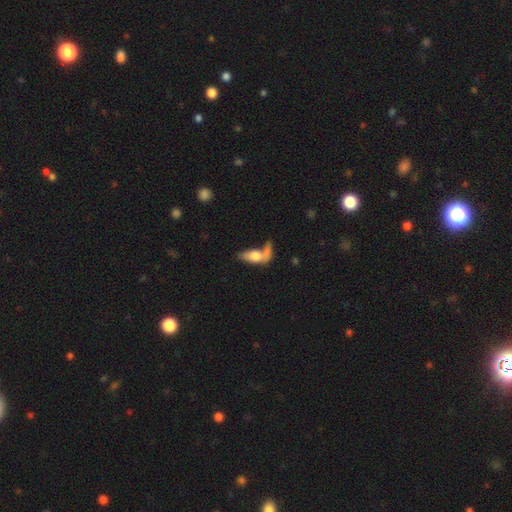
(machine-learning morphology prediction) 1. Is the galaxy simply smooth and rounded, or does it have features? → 65% smooth, 27% featured or disk, 8% star or artifact.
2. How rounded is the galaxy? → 74% in between, 19% cigar-shaped, 7% round.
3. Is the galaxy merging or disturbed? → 39% merger, 27% none, 20% major disturbance, 15% minor disturbance.